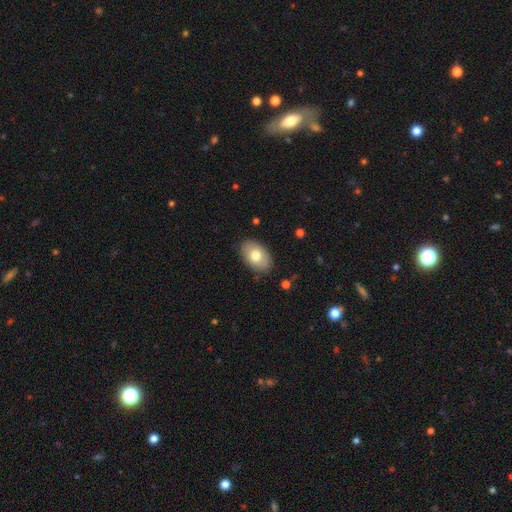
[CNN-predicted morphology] Smooth or featured? Predicted: smooth (p=0.75). How rounded? Predicted: in between (p=0.90). Merging? Predicted: none (p=0.86).